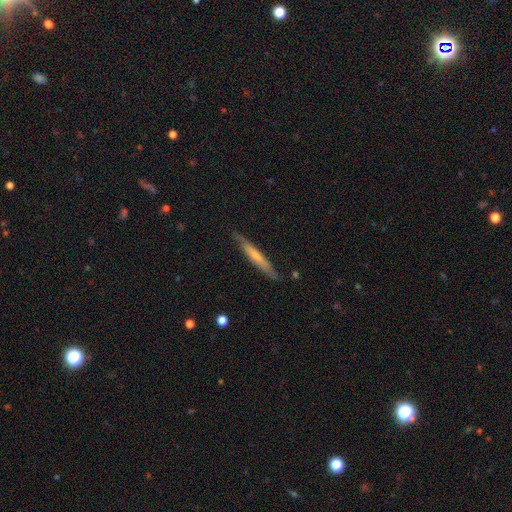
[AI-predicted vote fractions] This is possibly a smooth galaxy (54%). How rounded: clearly cigar-shaped (95%). Merging: clearly none (83%).